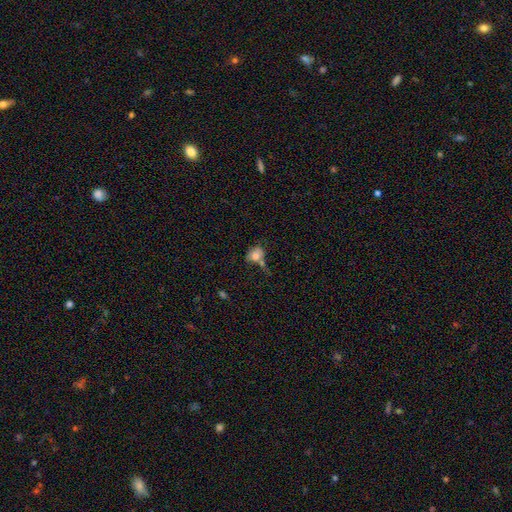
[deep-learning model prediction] smooth-or-featured: smooth: 72% | featured or disk: 18% | star or artifact: 10%
  how-rounded: in between: 53% | round: 45% | cigar-shaped: 2%
  merging: none: 33% | merger: 32% | minor disturbance: 21% | major disturbance: 14%